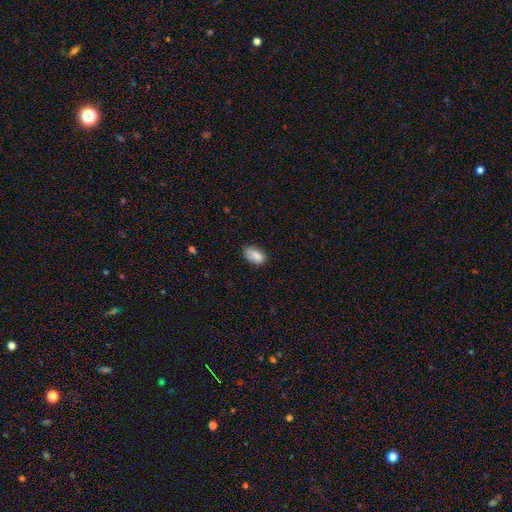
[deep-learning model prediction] Smooth or featured? smooth (86%)
How rounded? in between (92%)
Merging? none (71%)